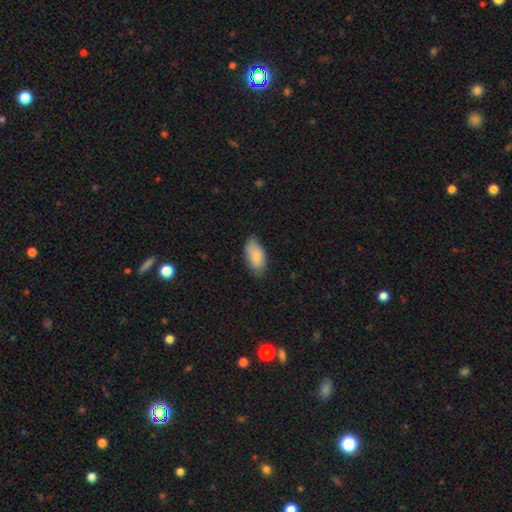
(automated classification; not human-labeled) smooth_or_featured: smooth (p=0.84) [alt: featured or disk p=0.10]
how_rounded: in between (p=0.92) [alt: cigar-shaped p=0.05]
merging: none (p=0.73) [alt: minor disturbance p=0.22]